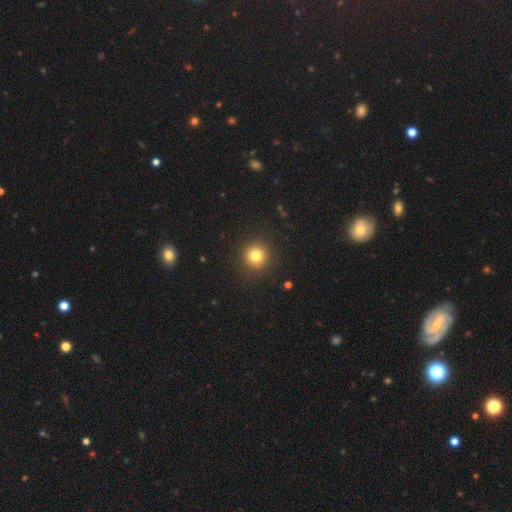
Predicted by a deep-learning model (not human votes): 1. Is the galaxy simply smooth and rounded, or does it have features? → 79% smooth, 13% star or artifact, 8% featured or disk.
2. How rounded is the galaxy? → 95% round, 4% in between, 1% cigar-shaped.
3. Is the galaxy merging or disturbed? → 91% none, 5% minor disturbance, 2% major disturbance, 1% merger.